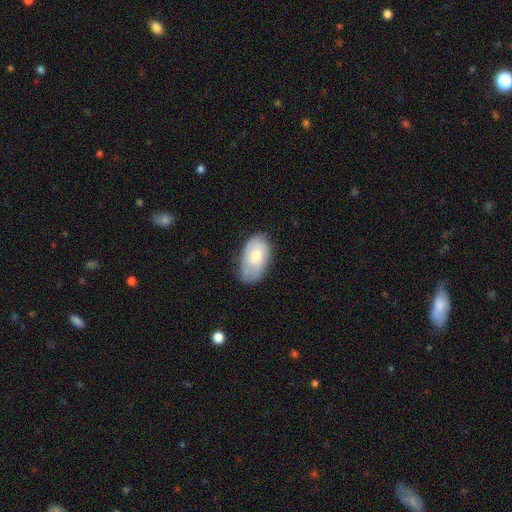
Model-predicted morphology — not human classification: type=smooth (63%); roundness=in between (94%); merging=none (66%).